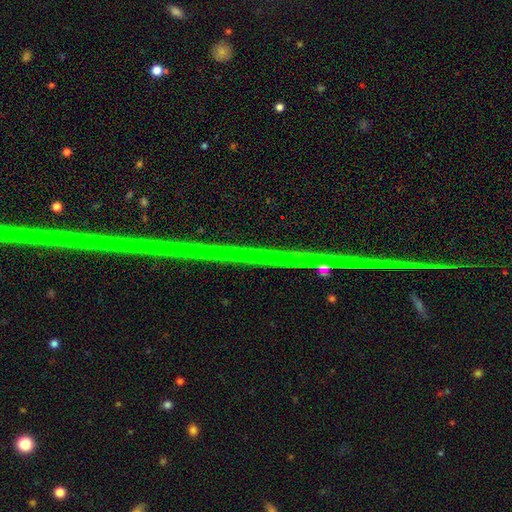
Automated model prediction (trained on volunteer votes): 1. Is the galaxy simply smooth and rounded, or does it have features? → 82% star or artifact, 13% featured or disk, 5% smooth.